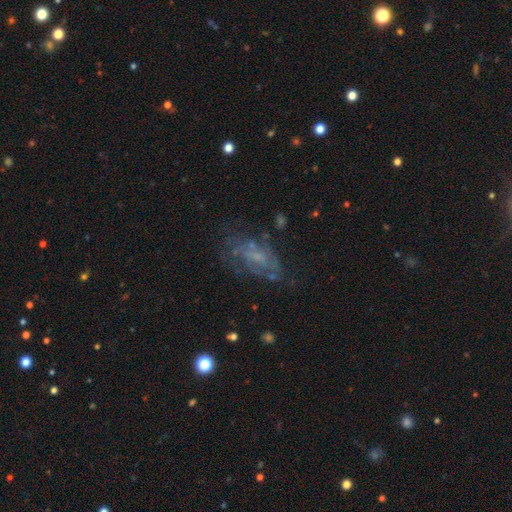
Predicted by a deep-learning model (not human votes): A featured or disk galaxy (57%) with no bar (65%), spiral arms (51%) and no central bulge (42%).

Vote fractions:
- Smooth or featured? featured or disk: 57% / smooth: 29% / star or artifact: 14%
- Edge-on disk? no: 93% / yes: 7%
- Bar? no: 65% / weak: 28% / strong: 6%
- Spiral arms? yes: 51% / no: 49%
- Bulge size? none: 42% / small: 37% / moderate: 18% / large: 3% / dominant: 1%
- Merging? none: 51% / minor disturbance: 23% / major disturbance: 23% / merger: 4%